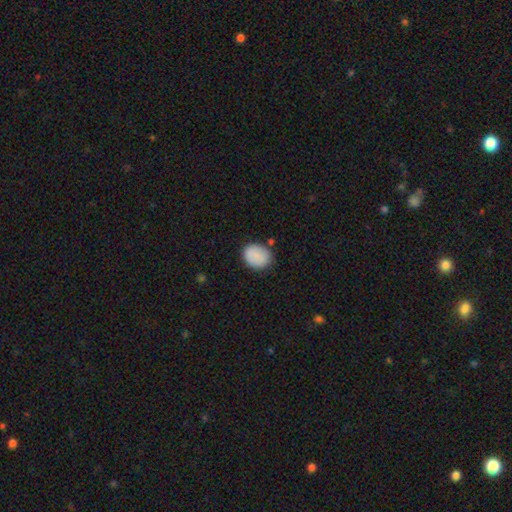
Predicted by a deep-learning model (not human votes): This is clearly a smooth galaxy (85%). How rounded: possibly round (58%). Merging: likely none (78%).